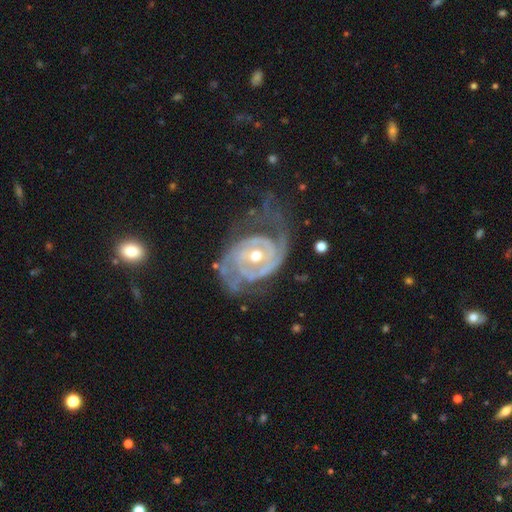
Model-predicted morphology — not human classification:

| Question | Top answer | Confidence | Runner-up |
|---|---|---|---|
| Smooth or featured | featured or disk | 91% | smooth (5%) |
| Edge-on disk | no | 97% | yes (3%) |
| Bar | no | 62% | weak (27%) |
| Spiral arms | yes | 96% | no (4%) |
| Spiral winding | tight | 65% | medium (28%) |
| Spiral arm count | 2 | 52% | can't tell (17%) |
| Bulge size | moderate | 67% | small (28%) |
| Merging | none | 51% | minor disturbance (24%) |